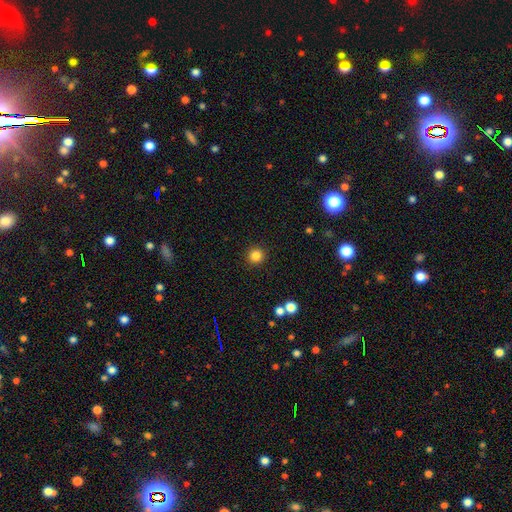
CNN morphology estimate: This is clearly a smooth galaxy (85%). How rounded: clearly round (95%). Merging: clearly none (92%).